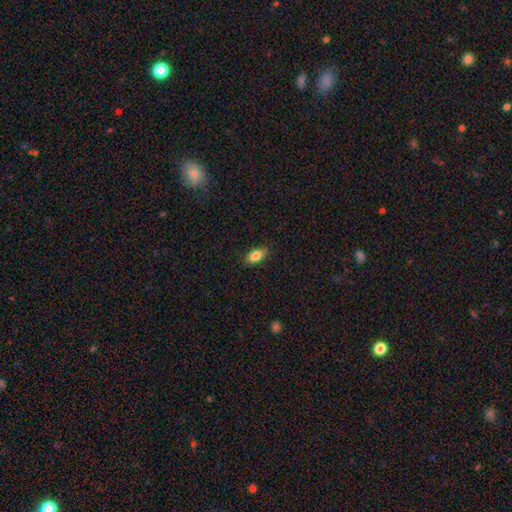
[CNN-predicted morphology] Smooth or featured?
  - smooth: 84% *
  - featured or disk: 9%
  - star or artifact: 7%
How rounded?
  - in between: 90% *
  - cigar-shaped: 7%
  - round: 4%
Merging?
  - none: 86% *
  - minor disturbance: 11%
  - major disturbance: 2%
  - merger: 1%